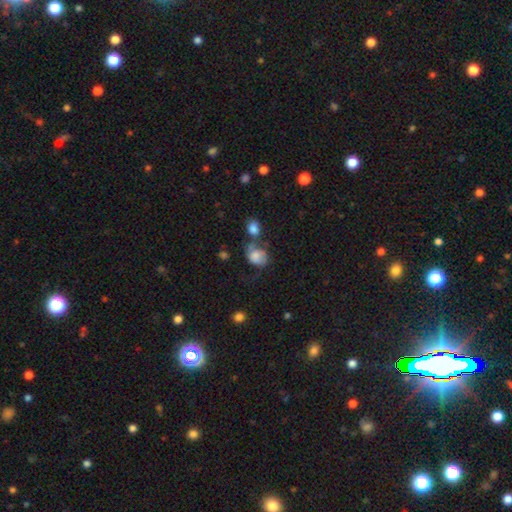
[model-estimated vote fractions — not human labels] Smooth or featured?
  - smooth: 69% *
  - featured or disk: 22%
  - star or artifact: 9%
How rounded?
  - in between: 56% *
  - round: 43%
  - cigar-shaped: 1%
Merging?
  - none: 30% *
  - merger: 29%
  - minor disturbance: 23%
  - major disturbance: 18%